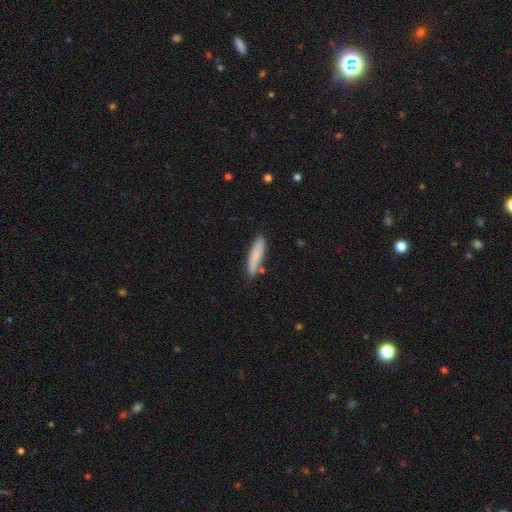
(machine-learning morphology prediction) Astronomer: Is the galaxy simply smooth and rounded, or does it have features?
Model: smooth — 80%.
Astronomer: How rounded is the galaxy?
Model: cigar-shaped — 81%.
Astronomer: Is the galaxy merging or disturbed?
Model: none — 80%.